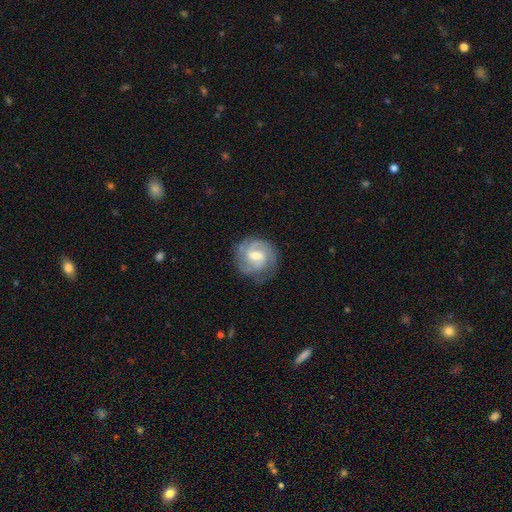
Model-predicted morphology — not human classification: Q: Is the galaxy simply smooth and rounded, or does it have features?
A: featured or disk — 80%.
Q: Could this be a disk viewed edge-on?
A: no — 98%.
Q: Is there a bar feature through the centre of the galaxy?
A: weak — 59%.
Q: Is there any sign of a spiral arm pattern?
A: yes — 94%.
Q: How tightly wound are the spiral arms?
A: tight — 50%.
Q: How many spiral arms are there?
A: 2 — 55%.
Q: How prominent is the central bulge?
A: moderate — 62%.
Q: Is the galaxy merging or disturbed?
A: none — 74%.